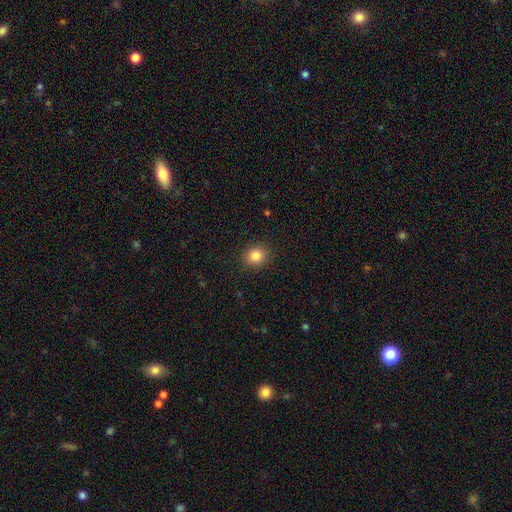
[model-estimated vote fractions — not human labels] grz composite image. It shows a smooth galaxy with no disk features (84%) that is round (76%). Merging: none (90%).